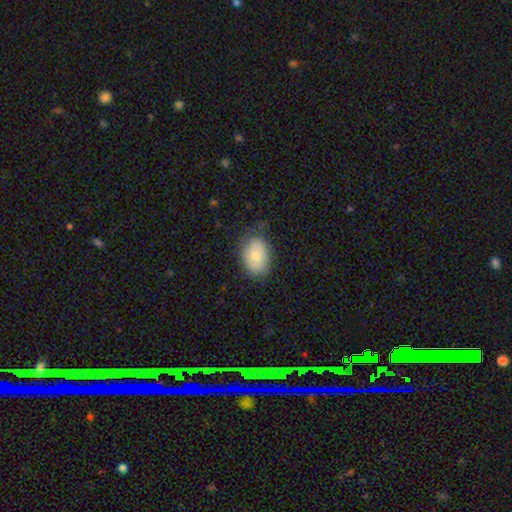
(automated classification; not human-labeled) smooth 68%, featured or disk 25%, star or artifact 7%. Down the decision tree: how rounded — in between (80%); merging — none (71%).